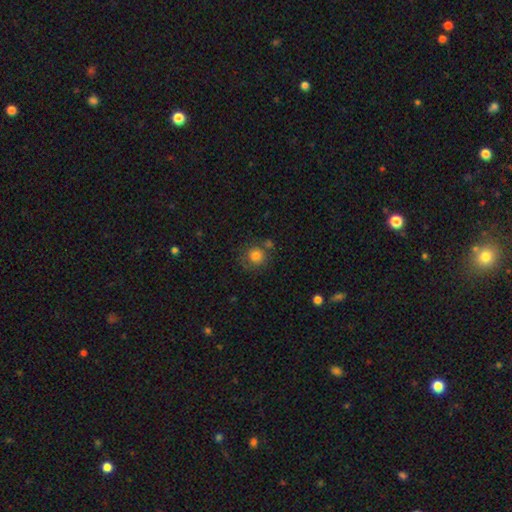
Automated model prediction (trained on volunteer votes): Q: Smooth or featured?
A: smooth (78%); runner-up: star or artifact (11%)
Q: How rounded?
A: round (91%); runner-up: in between (8%)
Q: Merging?
A: none (68%); runner-up: minor disturbance (15%)